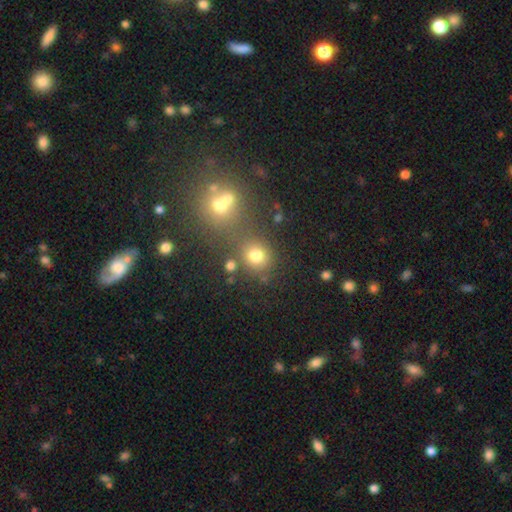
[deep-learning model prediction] smooth 74%, star or artifact 18%, featured or disk 8%. Down the decision tree: how rounded — round (81%); merging — none (65%).